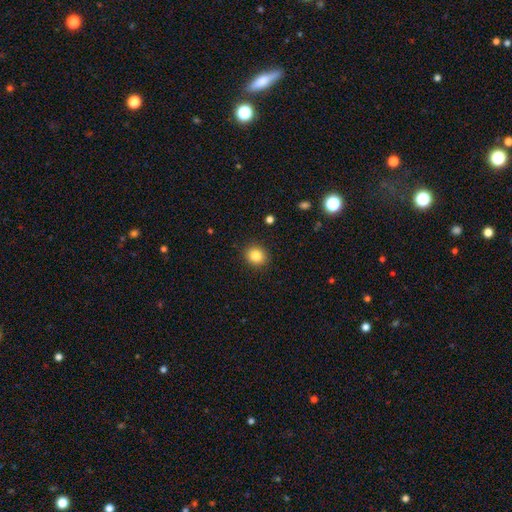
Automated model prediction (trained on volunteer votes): smooth-or-featured: smooth: 85% | star or artifact: 10% | featured or disk: 5%
  how-rounded: round: 77% | in between: 22% | cigar-shaped: 1%
  merging: none: 90% | minor disturbance: 7% | major disturbance: 2% | merger: 1%